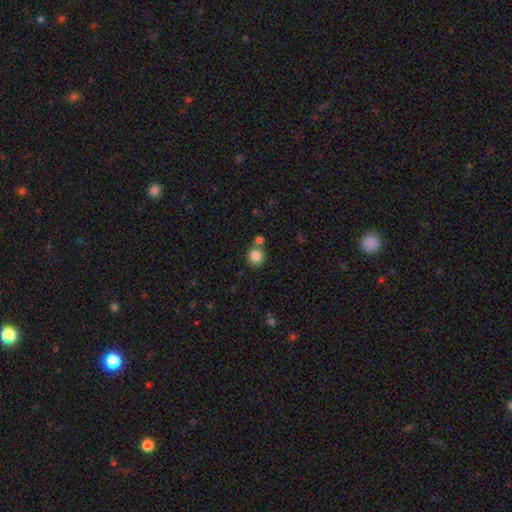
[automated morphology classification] smooth 83%, star or artifact 10%, featured or disk 6%. Down the decision tree: how rounded — round (92%); merging — none (72%).